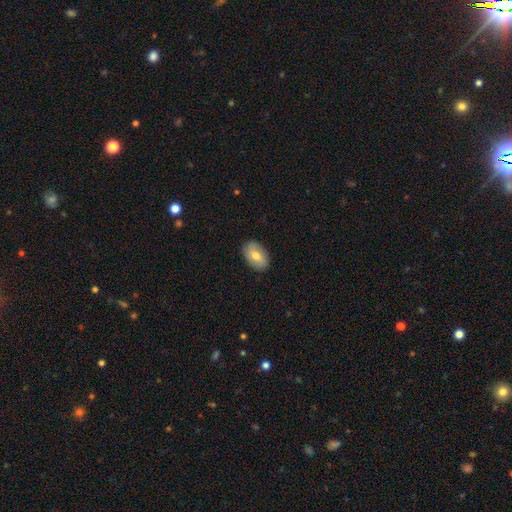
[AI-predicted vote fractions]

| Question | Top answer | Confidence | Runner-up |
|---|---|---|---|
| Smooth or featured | smooth | 74% | featured or disk (19%) |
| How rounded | in between | 91% | round (7%) |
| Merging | none | 88% | minor disturbance (9%) |